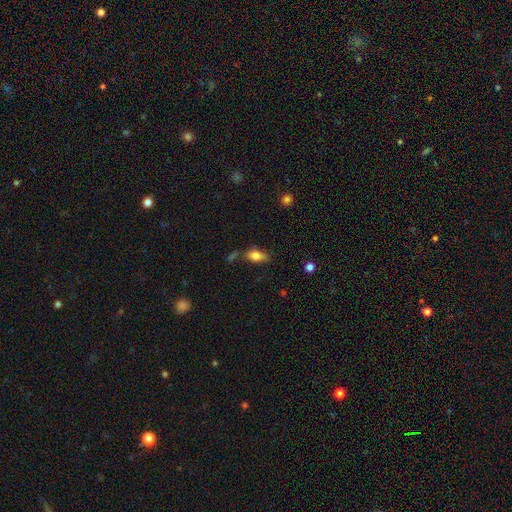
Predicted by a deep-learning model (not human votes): A smooth galaxy with no disk features (74%) that is in between round and cigar-shaped (82%). Merging: none (61%).